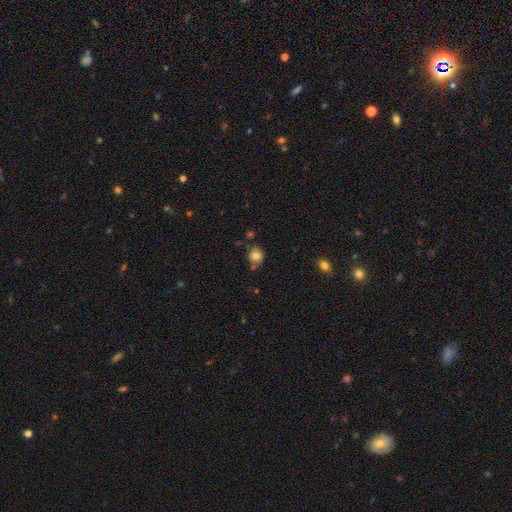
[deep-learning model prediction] Smooth or featured: smooth — 79% (star or artifact — 11%)
How rounded: round — 80% (in between — 19%)
Merging: none — 68% (minor disturbance — 17%)